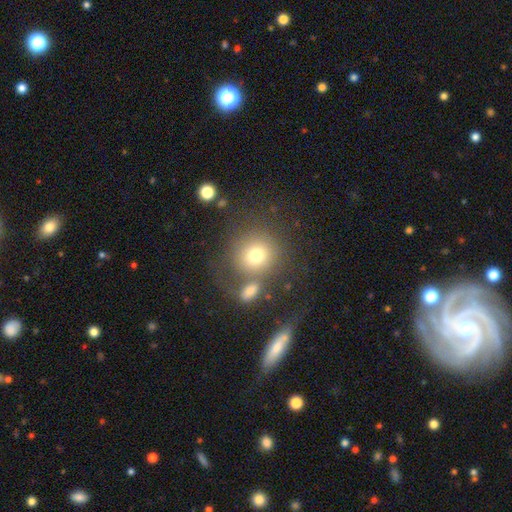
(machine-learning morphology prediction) Smooth or featured?
  - smooth: 73% *
  - featured or disk: 14%
  - star or artifact: 13%
How rounded?
  - round: 87% *
  - in between: 12%
  - cigar-shaped: 1%
Merging?
  - none: 60% *
  - merger: 19%
  - minor disturbance: 12%
  - major disturbance: 9%